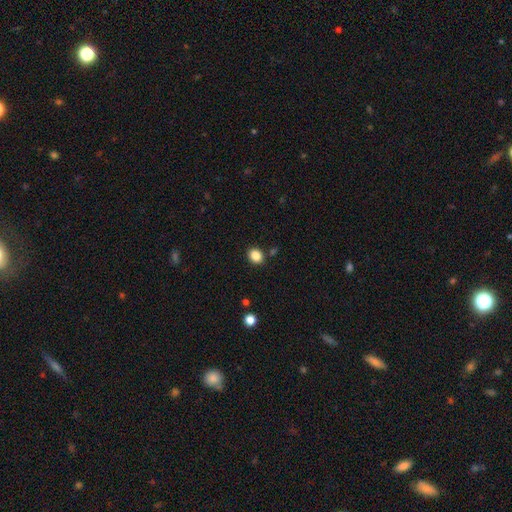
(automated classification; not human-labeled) A smooth galaxy with no disk features (86%) that is round (54%).

Vote fractions:
- Smooth or featured? smooth: 86% / star or artifact: 10% / featured or disk: 4%
- How rounded? round: 54% / in between: 45% / cigar-shaped: 1%
- Merging? none: 86% / minor disturbance: 8% / merger: 3% / major disturbance: 2%